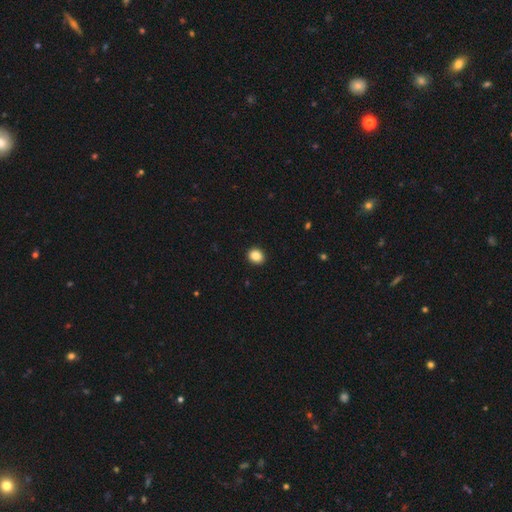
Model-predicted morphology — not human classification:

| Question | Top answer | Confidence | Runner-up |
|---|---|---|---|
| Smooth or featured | smooth | 87% | star or artifact (9%) |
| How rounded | round | 66% | in between (33%) |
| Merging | none | 92% | minor disturbance (5%) |